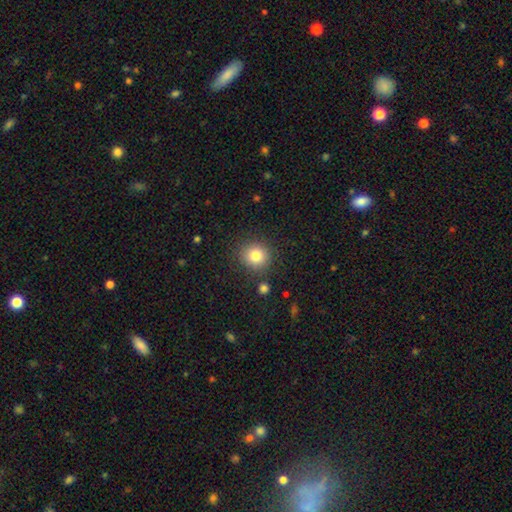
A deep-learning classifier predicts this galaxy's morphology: Smooth or featured: smooth — 81% (star or artifact — 11%)
How rounded: round — 88% (in between — 11%)
Merging: none — 86% (minor disturbance — 8%)